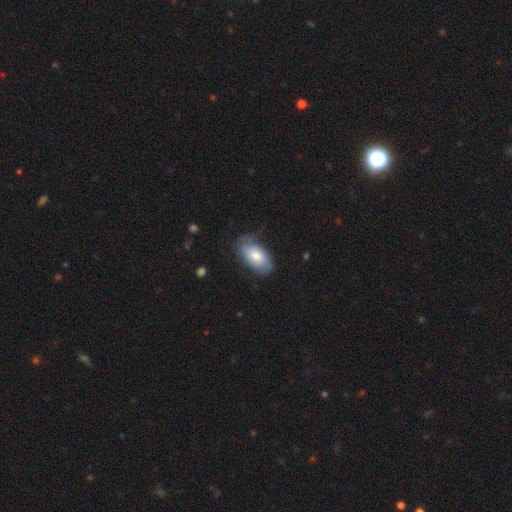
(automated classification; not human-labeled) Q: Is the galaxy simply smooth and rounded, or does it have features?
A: smooth — 69%.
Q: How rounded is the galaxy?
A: in between — 93%.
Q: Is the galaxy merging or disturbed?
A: none — 65%.